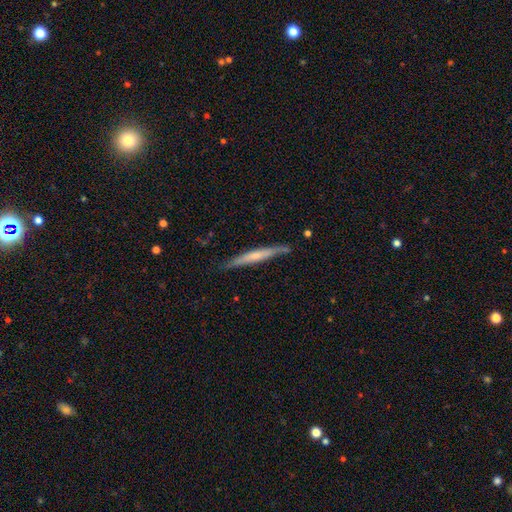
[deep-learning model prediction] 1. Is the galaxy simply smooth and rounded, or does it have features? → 51% featured or disk, 44% smooth, 5% star or artifact.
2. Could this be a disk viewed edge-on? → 95% yes, 5% no.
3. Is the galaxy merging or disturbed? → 80% none, 15% minor disturbance, 3% major disturbance, 2% merger.